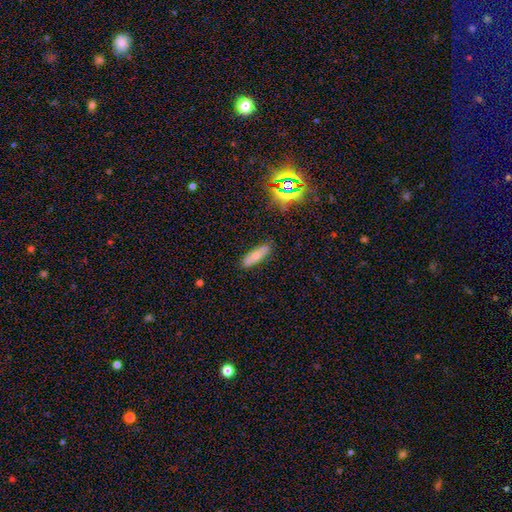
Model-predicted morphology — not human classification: A smooth galaxy with no disk features (66%) that is cigar-shaped (49%). Merging: none (85%).